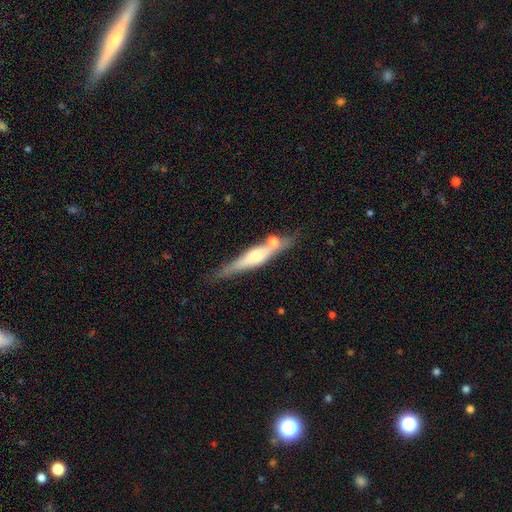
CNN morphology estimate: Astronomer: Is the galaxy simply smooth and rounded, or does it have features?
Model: featured or disk — 65%.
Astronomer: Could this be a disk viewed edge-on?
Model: yes — 94%.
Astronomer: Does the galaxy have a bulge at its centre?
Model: rounded — 77%.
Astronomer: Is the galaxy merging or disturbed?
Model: none — 69%.